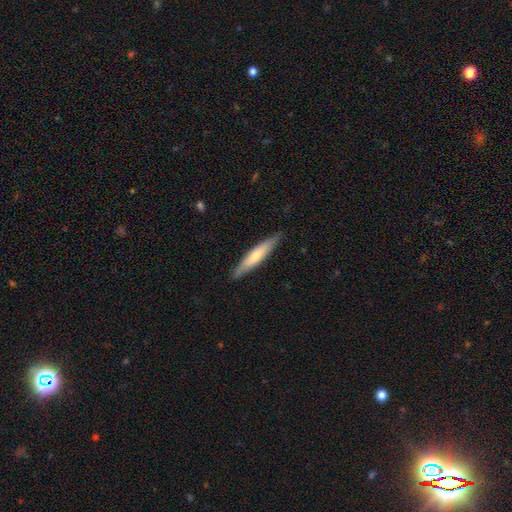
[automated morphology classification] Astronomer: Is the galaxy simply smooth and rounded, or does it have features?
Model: smooth — 56% (runner-up: featured or disk, 39%).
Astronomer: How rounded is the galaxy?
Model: cigar-shaped — 87%.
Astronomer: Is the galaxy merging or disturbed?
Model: none — 87%.